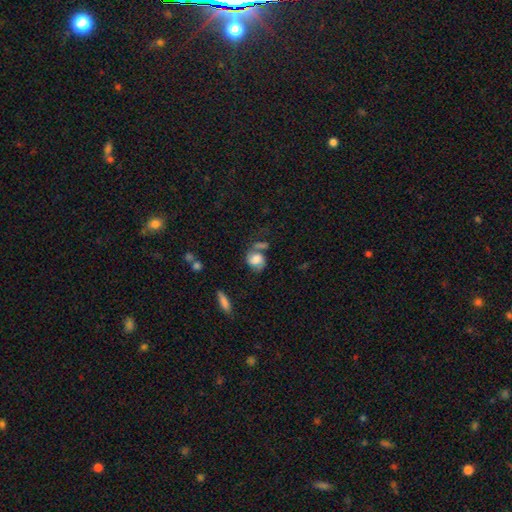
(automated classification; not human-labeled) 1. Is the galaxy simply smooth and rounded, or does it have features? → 41% smooth, 35% featured or disk, 24% star or artifact.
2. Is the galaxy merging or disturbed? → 51% none, 20% merger, 16% minor disturbance, 14% major disturbance.